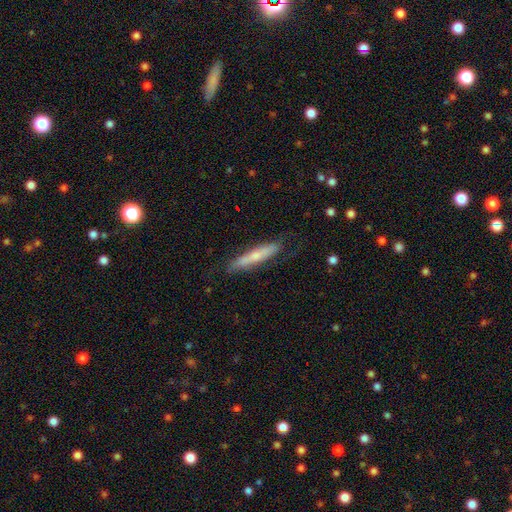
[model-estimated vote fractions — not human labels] A smooth galaxy with no disk features (54%) that is cigar-shaped (90%).

Vote fractions:
- Smooth or featured? smooth: 54% / featured or disk: 40% / star or artifact: 6%
- How rounded? cigar-shaped: 90% / in between: 9% / round: 2%
- Merging? none: 79% / minor disturbance: 16% / major disturbance: 4% / merger: 1%